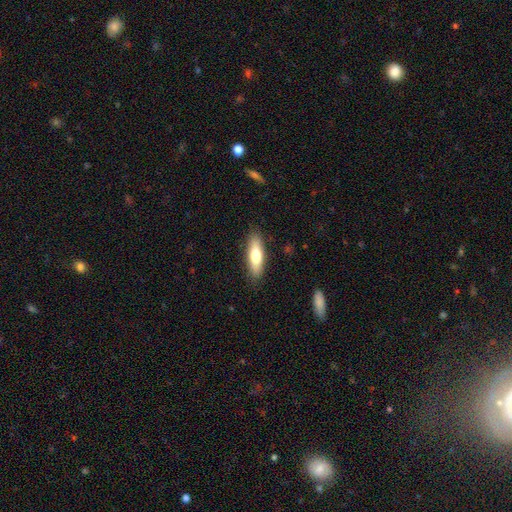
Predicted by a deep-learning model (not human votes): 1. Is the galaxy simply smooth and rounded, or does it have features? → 69% smooth, 25% featured or disk, 6% star or artifact.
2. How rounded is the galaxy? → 49% cigar-shaped (tied), 49% in between (tied), 2% round.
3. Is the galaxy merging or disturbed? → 87% none, 10% minor disturbance, 2% major disturbance, 1% merger.